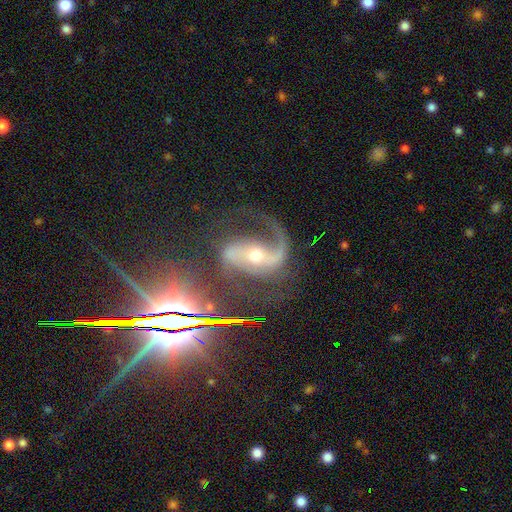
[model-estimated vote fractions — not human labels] smooth-or-featured: featured or disk: 87% | star or artifact: 9% | smooth: 5%
  disk-edge-on: no: 97% | yes: 3%
    bar: strong: 37% | no: 31% | weak: 31%
    has-spiral-arms: yes: 97% | no: 3%
      spiral-winding: medium: 48% | loose: 41% | tight: 10%
      spiral-arm-count: 2: 75% | 1: 19% | can't tell: 2% | 3: 1% | 4: 1% | more than 4: 1%
    bulge-size: moderate: 64% | small: 28% | large: 5% | none: 1% | dominant: 1%
  merging: none: 59% | major disturbance: 20% | minor disturbance: 17% | merger: 5%